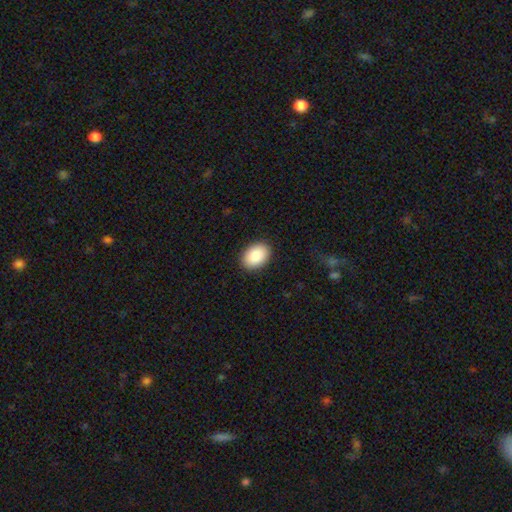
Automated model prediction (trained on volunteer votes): This appears to be a smooth galaxy with no disk features (89%) that is in between round and cigar-shaped (82%). Merging: none (90%).